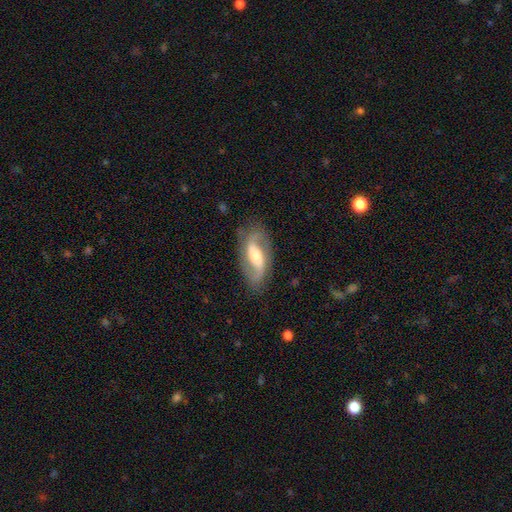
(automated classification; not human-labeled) Smooth or featured? Predicted: featured or disk (p=0.80). Edge-on disk? Predicted: no (p=0.93). Bar? Predicted: weak (p=0.42). Spiral arms? Predicted: yes (p=0.92). Spiral winding? Predicted: loose (p=0.47). Spiral arm count? Predicted: 2 (p=0.90). Bulge size? Predicted: moderate (p=0.58). Merging? Predicted: none (p=0.79).